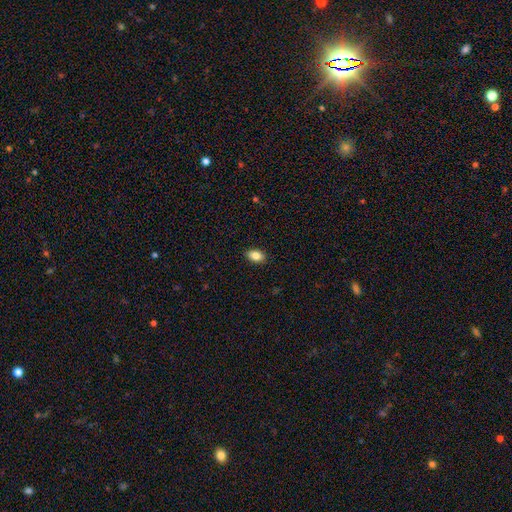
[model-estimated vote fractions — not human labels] Smooth or featured? Predicted: smooth (p=0.84). How rounded? Predicted: in between (p=0.87). Merging? Predicted: none (p=0.89).